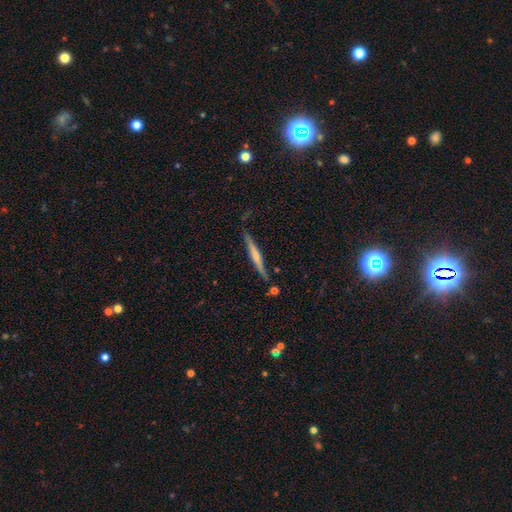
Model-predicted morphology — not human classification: This appears to be a featured or disk galaxy (59%) viewed edge-on (96%) with a rounded central bulge (55%). Merging: none (80%).